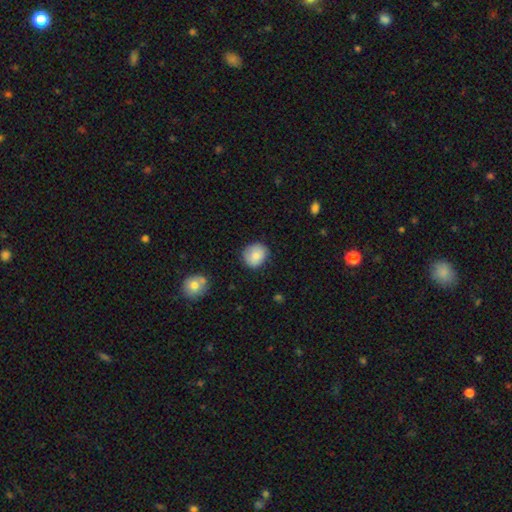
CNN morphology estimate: This appears to be a smooth galaxy with no disk features (82%) that is round (80%). Merging: none (79%).